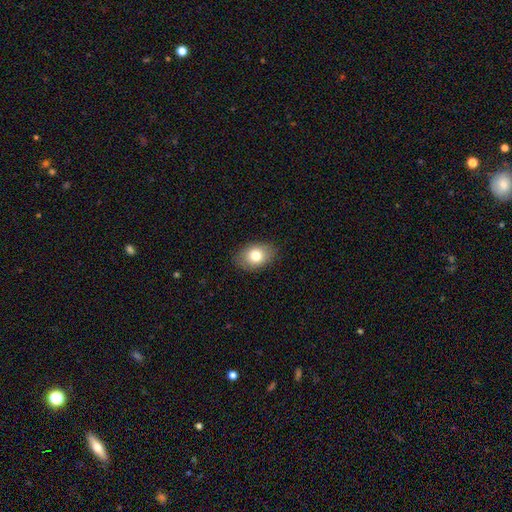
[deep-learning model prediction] Smooth or featured? smooth (78%)
How rounded? in between (77%)
Merging? none (86%)